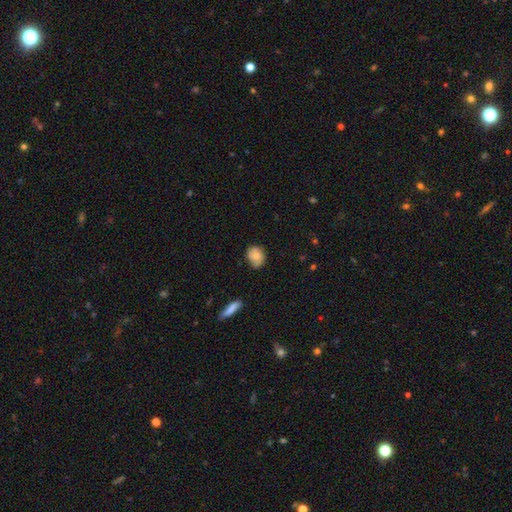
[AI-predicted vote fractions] smooth-or-featured: smooth: 61% | featured or disk: 31% | star or artifact: 8%
  how-rounded: round: 53% | in between: 45% | cigar-shaped: 2%
  merging: none: 60% | minor disturbance: 29% | major disturbance: 7% | merger: 3%